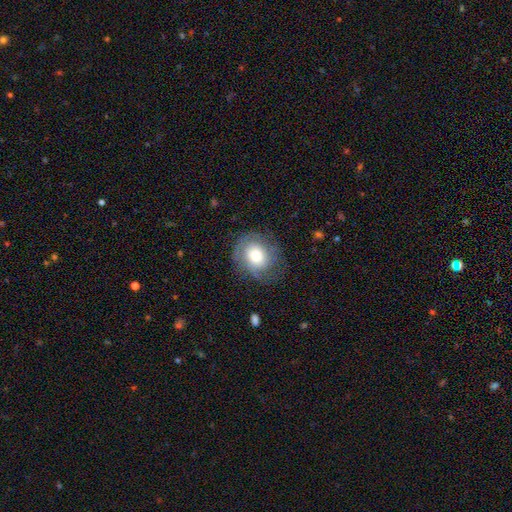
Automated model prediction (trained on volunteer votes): Smooth or featured?
  - smooth: 50% *
  - featured or disk: 41%
  - star or artifact: 8%
How rounded?
  - round: 72% *
  - in between: 27%
  - cigar-shaped: 1%
Merging?
  - none: 67% *
  - minor disturbance: 20%
  - major disturbance: 11%
  - merger: 1%